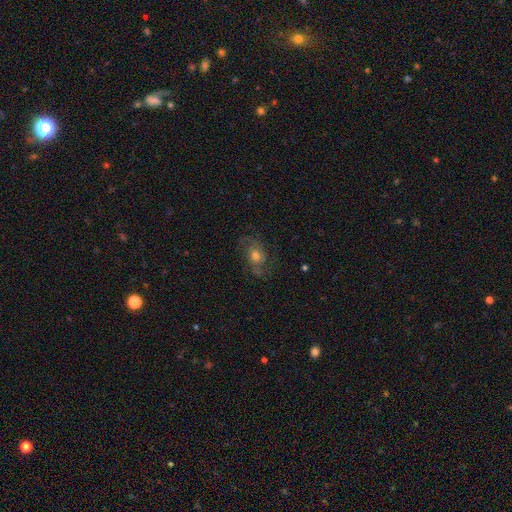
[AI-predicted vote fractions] smooth_or_featured: featured or disk (p=0.66) [alt: smooth p=0.22]
disk_edge_on: no (p=0.96) [alt: yes p=0.04]
bar: no (p=0.74) [alt: weak p=0.22]
has_spiral_arms: yes (p=0.89) [alt: no p=0.11]
spiral_winding: medium (p=0.50) [alt: loose p=0.30]
spiral_arm_count: 2 (p=0.74) [alt: can't tell p=0.12]
bulge_size: moderate (p=0.63) [alt: small p=0.19]
merging: none (p=0.72) [alt: minor disturbance p=0.16]